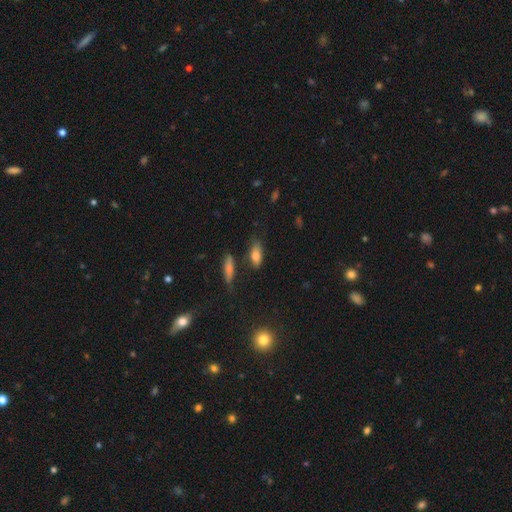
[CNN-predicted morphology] This is likely a smooth galaxy (75%). How rounded: likely in between (77%). Merging: likely none (75%).